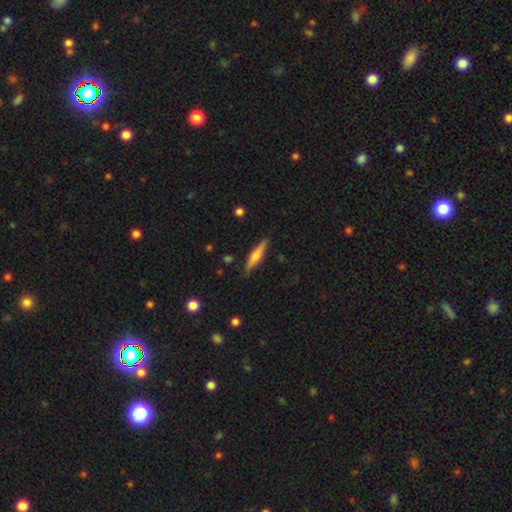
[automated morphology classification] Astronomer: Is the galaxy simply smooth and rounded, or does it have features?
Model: featured or disk — 48% (runner-up: smooth, 46%).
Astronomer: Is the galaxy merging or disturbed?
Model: none — 87%.